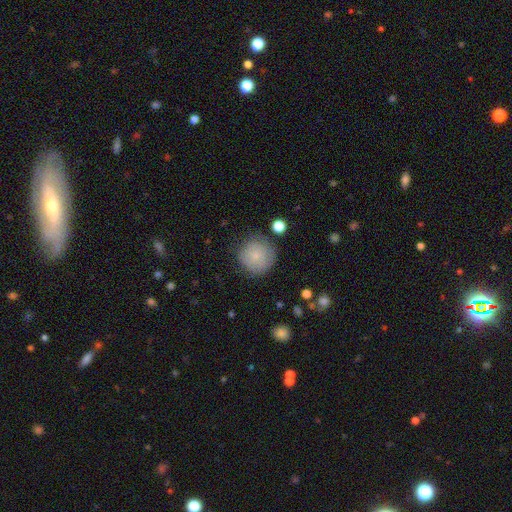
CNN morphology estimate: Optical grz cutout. It shows a smooth galaxy with no disk features (80%) that is round (94%). Merging: none (76%).